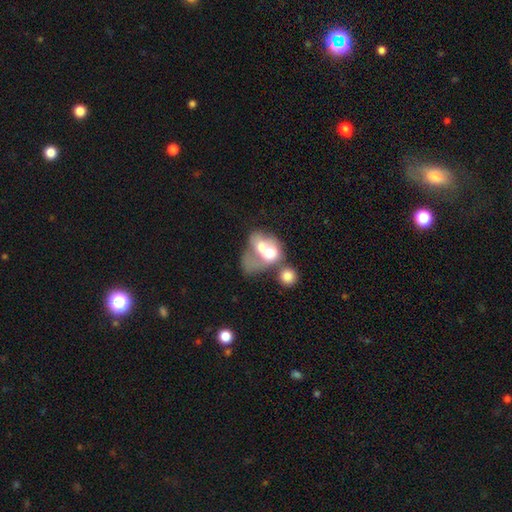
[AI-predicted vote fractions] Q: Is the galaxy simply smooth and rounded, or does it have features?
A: featured or disk — 45%.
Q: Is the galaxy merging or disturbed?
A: merger — 46%.